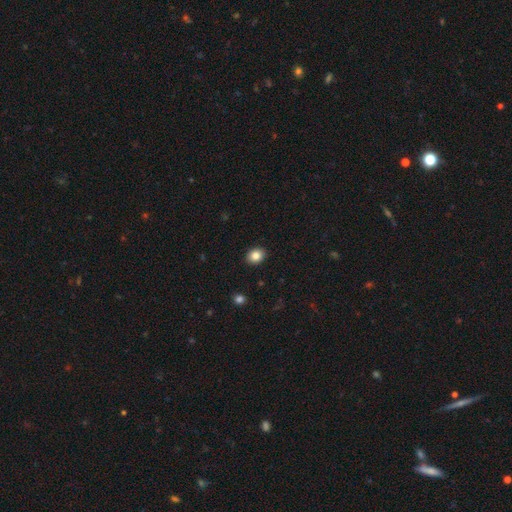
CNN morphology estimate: This appears to be a smooth galaxy with no disk features (85%) that is round (51%). Merging: none (91%).